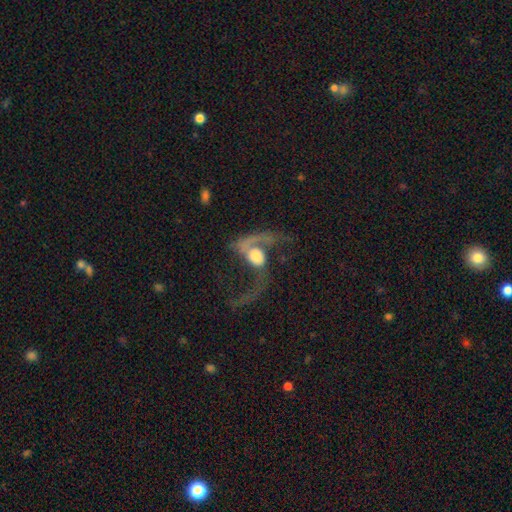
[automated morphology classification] Smooth or featured? featured or disk (75%)
Edge-on disk? no (96%)
Bar? no (67%)
Spiral arms? yes (88%)
Spiral winding? loose (75%)
Spiral arm count? 2 (65%)
Bulge size? large (45%)
Merging? major disturbance (49%)